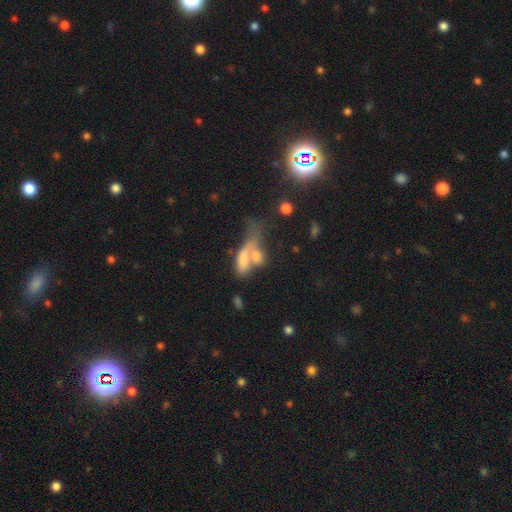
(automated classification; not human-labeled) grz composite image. It shows a smooth galaxy with no disk features (68%) that is in between round and cigar-shaped (67%). Merging: merger (61%).